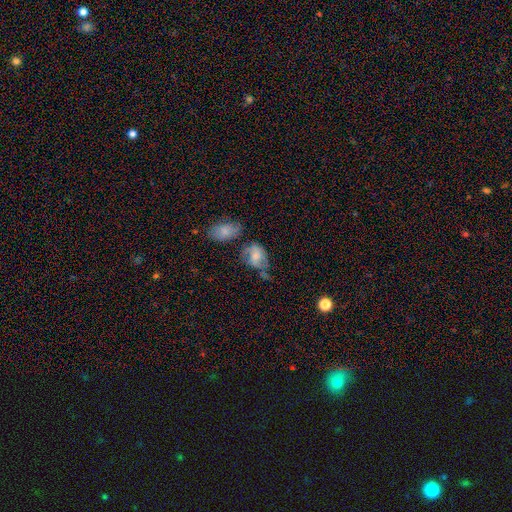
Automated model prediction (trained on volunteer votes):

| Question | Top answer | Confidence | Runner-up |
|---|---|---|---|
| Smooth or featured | smooth | 51% | featured or disk (40%) |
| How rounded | in between | 70% | round (29%) |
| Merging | none | 30% | minor disturbance (28%) |